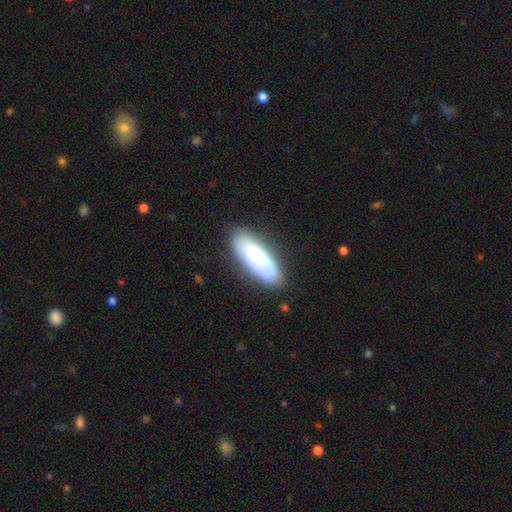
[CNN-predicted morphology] A smooth galaxy with no disk features (60%) that is in between round and cigar-shaped (72%). Merging: none (79%).